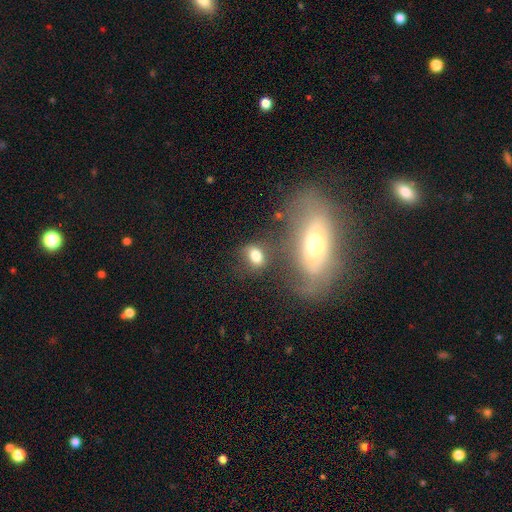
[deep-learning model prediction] smooth 75%, featured or disk 14%, star or artifact 11%. Down the decision tree: how rounded — in between (74%); merging — none (56%).